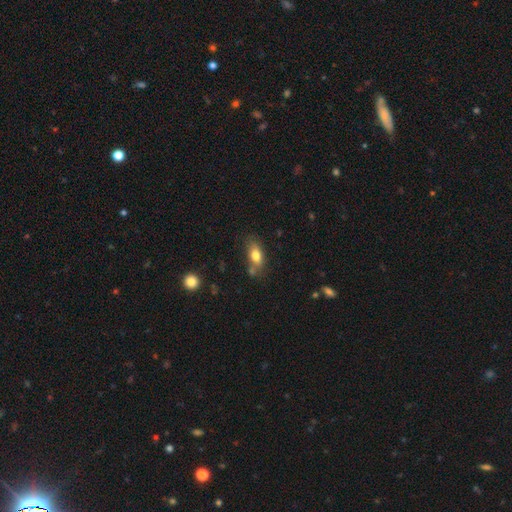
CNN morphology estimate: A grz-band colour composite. It shows a smooth galaxy with no disk features (78%) that is in between round and cigar-shaped (83%). Merging: none (63%).